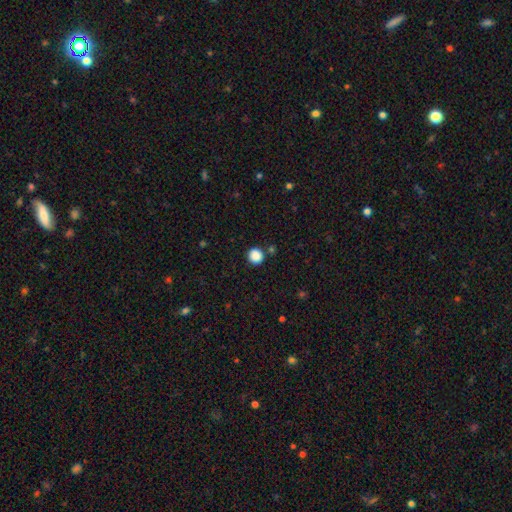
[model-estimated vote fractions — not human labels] The model was most divided on "smooth or featured": smooth: 87%, star or artifact: 10%, featured or disk: 3%. More confident: how rounded — round (93%); merging — none (86%).